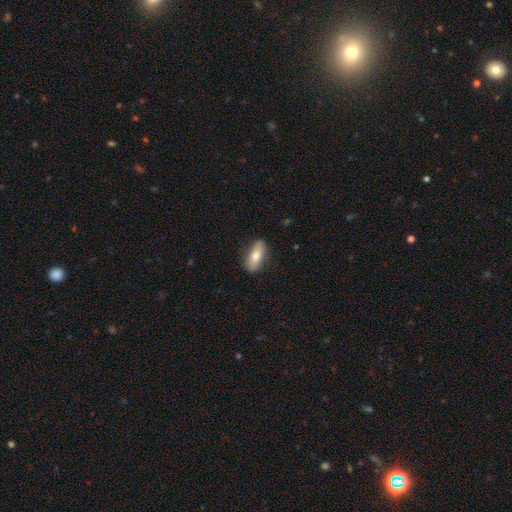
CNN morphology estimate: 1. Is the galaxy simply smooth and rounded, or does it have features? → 71% smooth, 22% featured or disk, 6% star or artifact.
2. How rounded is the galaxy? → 75% in between, 22% cigar-shaped, 4% round.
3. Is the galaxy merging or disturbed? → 83% none, 13% minor disturbance, 3% major disturbance, 1% merger.